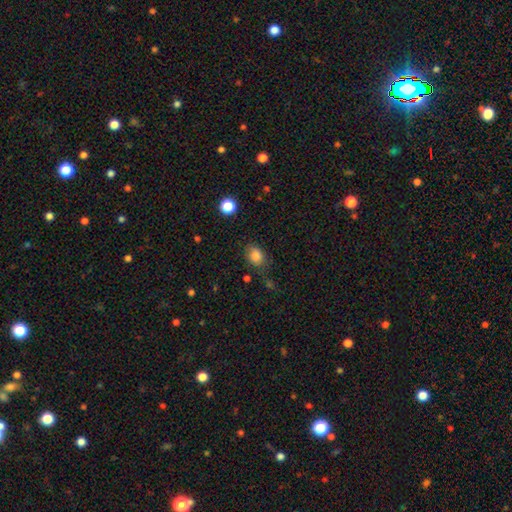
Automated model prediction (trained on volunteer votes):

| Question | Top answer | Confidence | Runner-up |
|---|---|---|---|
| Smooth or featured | smooth | 84% | star or artifact (11%) |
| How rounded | in between | 61% | round (38%) |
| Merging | none | 70% | minor disturbance (19%) |